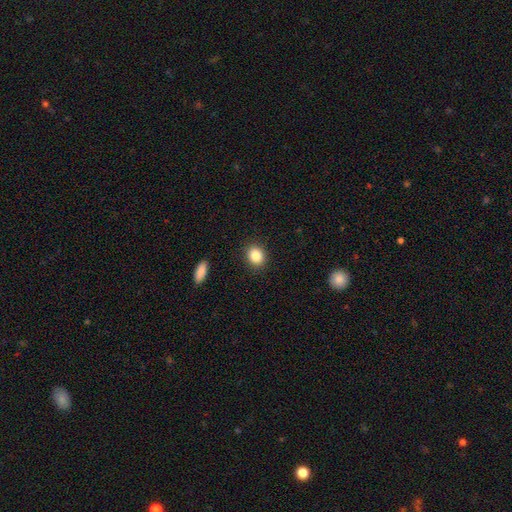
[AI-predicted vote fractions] Smooth or featured?
  - smooth: 85% *
  - star or artifact: 10%
  - featured or disk: 5%
How rounded?
  - round: 62% *
  - in between: 37%
  - cigar-shaped: 1%
Merging?
  - none: 90% *
  - minor disturbance: 7%
  - major disturbance: 2%
  - merger: 1%